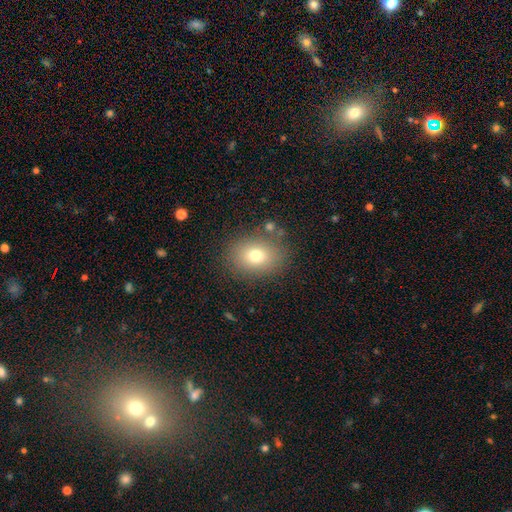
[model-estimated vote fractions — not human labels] Q: Smooth or featured?
A: smooth (75%); runner-up: featured or disk (12%)
Q: How rounded?
A: in between (55%); runner-up: round (45%)
Q: Merging?
A: none (83%); runner-up: minor disturbance (11%)